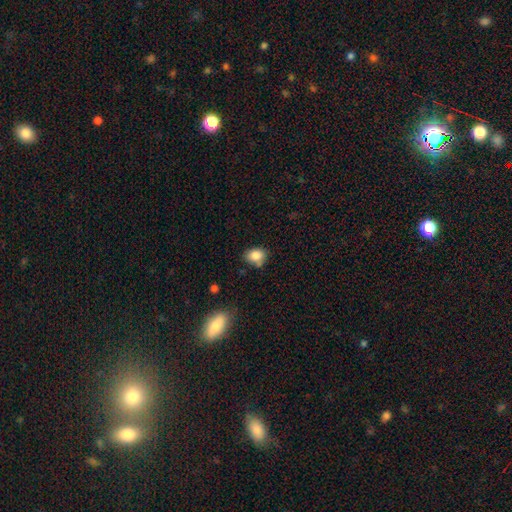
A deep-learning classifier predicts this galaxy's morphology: smooth_or_featured: smooth (p=0.84) [alt: star or artifact p=0.09]
how_rounded: in between (p=0.61) [alt: round p=0.38]
merging: none (p=0.65) [alt: minor disturbance p=0.24]